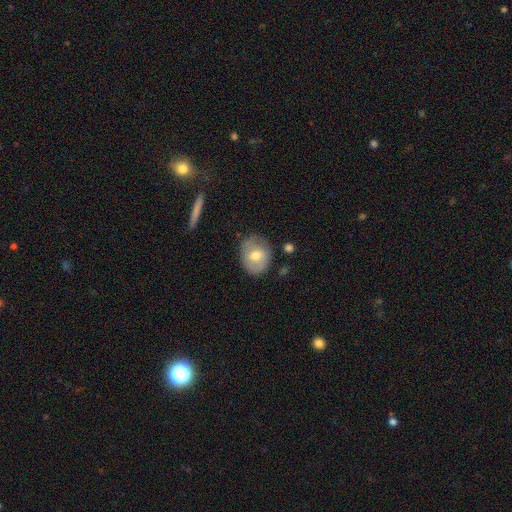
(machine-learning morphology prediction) Smooth or featured? Predicted: smooth (p=0.59). How rounded? Predicted: round (p=0.59). Merging? Predicted: none (p=0.74).